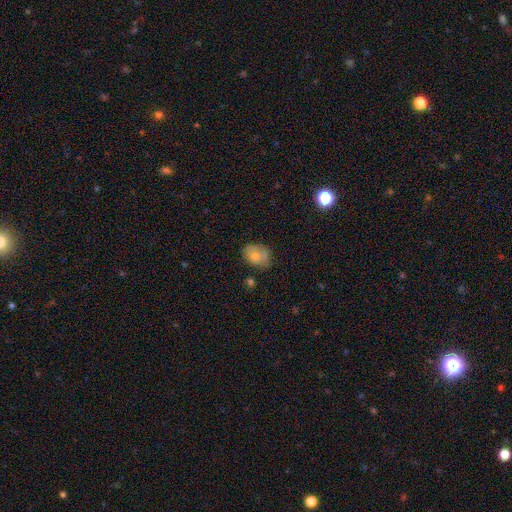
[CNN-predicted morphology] The model was most divided on "merging": none: 64%, minor disturbance: 26%, major disturbance: 6%, merger: 4%. More confident: smooth or featured — smooth (71%); how rounded — in between (69%).